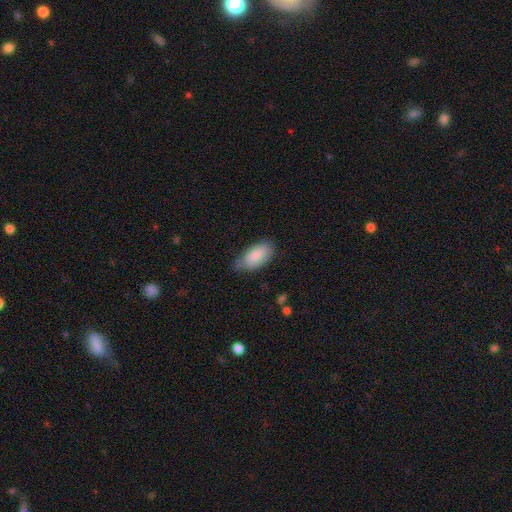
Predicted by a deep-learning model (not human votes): This appears to be a smooth galaxy with no disk features (84%) that is in between round and cigar-shaped (92%). Merging: none (60%).